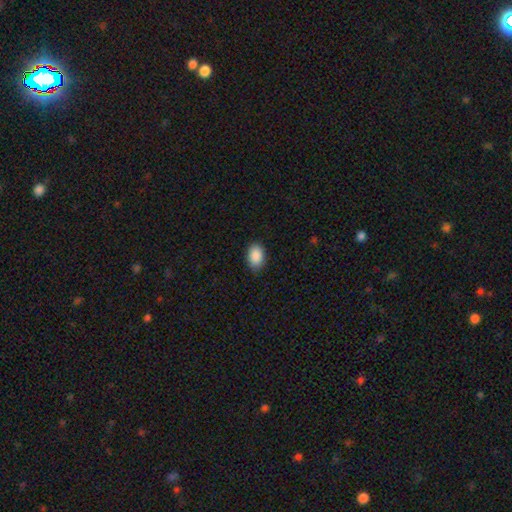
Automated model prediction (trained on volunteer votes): Smooth or featured? smooth (90%)
How rounded? in between (88%)
Merging? none (85%)